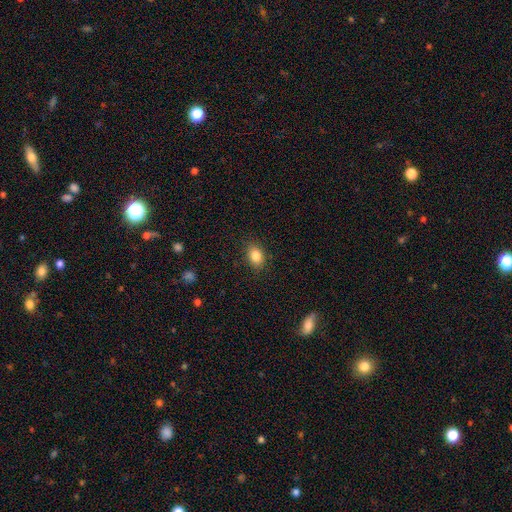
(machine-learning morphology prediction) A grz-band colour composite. It shows a smooth galaxy with no disk features (85%) that is in between round and cigar-shaped (73%). Merging: none (86%).